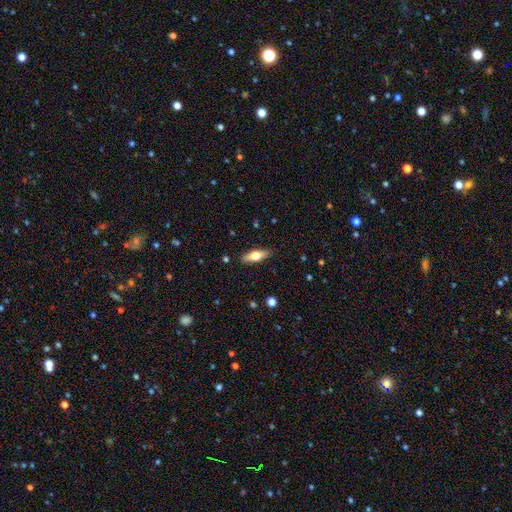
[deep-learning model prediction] Morphology: type=smooth (57%); roundness=in between (61%); merging=none (88%).